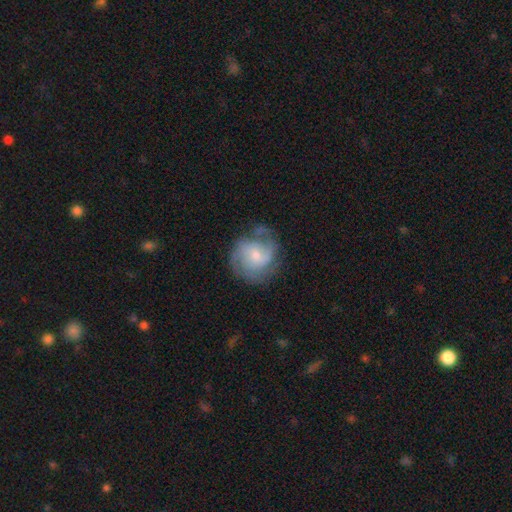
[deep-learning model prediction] Smooth or featured? Predicted: featured or disk (p=0.70). Edge-on disk? Predicted: no (p=0.98). Bar? Predicted: no (p=0.58). Spiral arms? Predicted: yes (p=0.91). Spiral winding? Predicted: medium (p=0.42). Spiral arm count? Predicted: 2 (p=0.34). Bulge size? Predicted: small (p=0.54). Merging? Predicted: none (p=0.66).